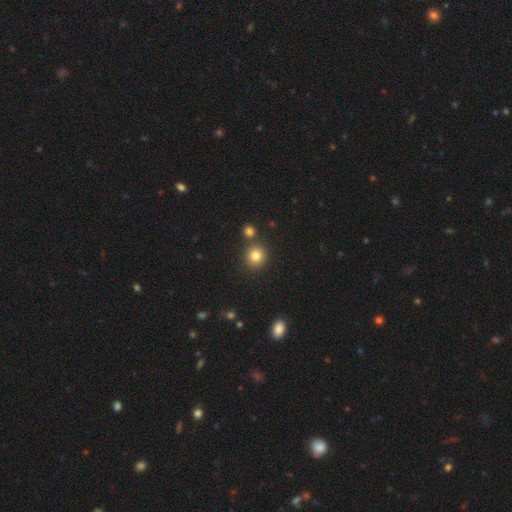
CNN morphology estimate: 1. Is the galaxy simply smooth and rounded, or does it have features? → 82% smooth, 12% star or artifact, 6% featured or disk.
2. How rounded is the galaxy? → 87% round, 12% in between, 1% cigar-shaped.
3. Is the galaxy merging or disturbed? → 79% none, 10% merger, 8% minor disturbance, 3% major disturbance.